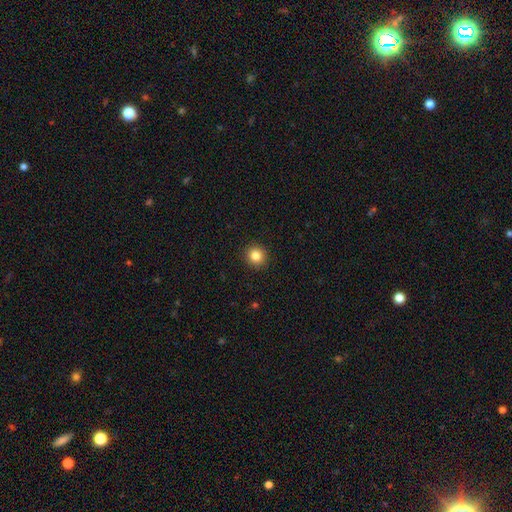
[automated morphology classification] The model was most divided on "smooth or featured": smooth: 84%, star or artifact: 11%, featured or disk: 5%. More confident: merging — none (93%); how rounded — round (92%).